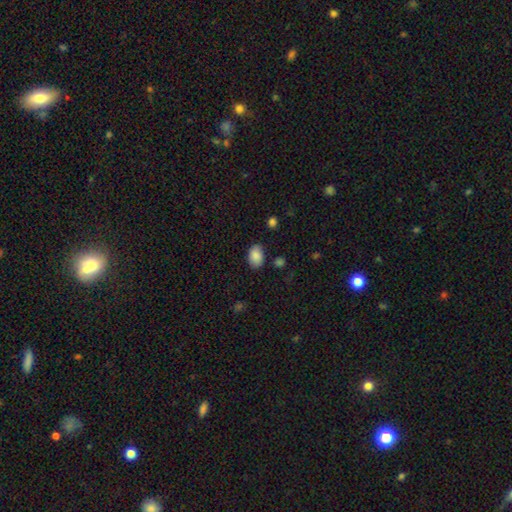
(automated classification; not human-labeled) Morphology: type=smooth (88%); roundness=in between (88%); merging=none (81%).